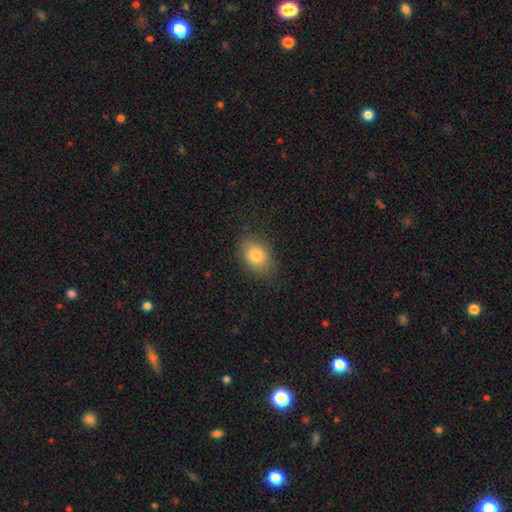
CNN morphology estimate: Smooth or featured: smooth — 82% (star or artifact — 9%)
How rounded: in between — 70% (round — 29%)
Merging: none — 83% (minor disturbance — 13%)